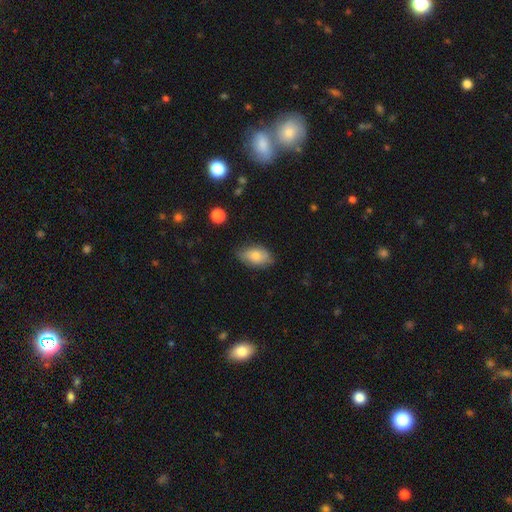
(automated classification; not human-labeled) This is likely a smooth galaxy (75%). How rounded: clearly in between (90%). Merging: likely none (72%).